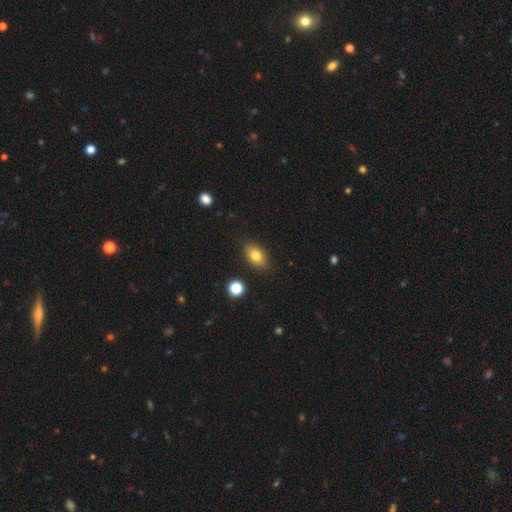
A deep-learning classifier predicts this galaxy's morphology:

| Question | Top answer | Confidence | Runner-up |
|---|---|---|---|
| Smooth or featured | smooth | 80% | featured or disk (11%) |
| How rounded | in between | 86% | round (12%) |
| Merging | none | 86% | minor disturbance (10%) |